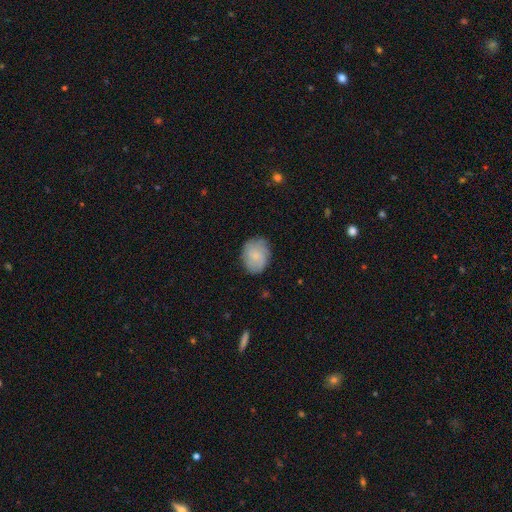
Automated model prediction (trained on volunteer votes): Smooth or featured?
  - smooth: 63% *
  - featured or disk: 30%
  - star or artifact: 8%
How rounded?
  - in between: 54% *
  - round: 45%
  - cigar-shaped: 1%
Merging?
  - none: 79% *
  - minor disturbance: 16%
  - major disturbance: 4%
  - merger: 1%